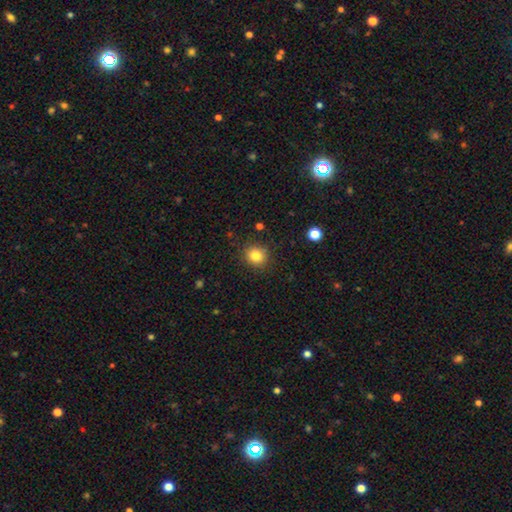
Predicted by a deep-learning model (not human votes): This is clearly a smooth galaxy (83%). How rounded: clearly round (86%). Merging: clearly none (88%).